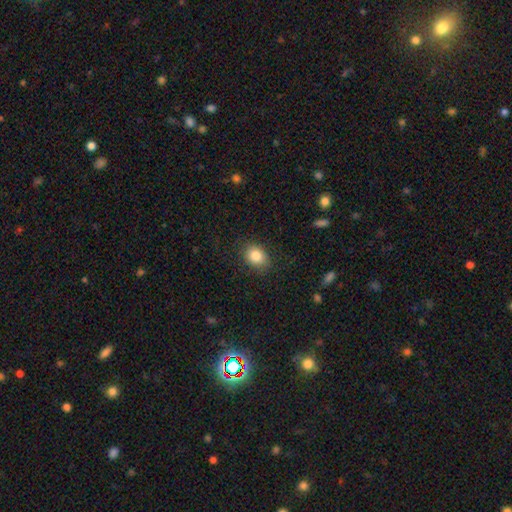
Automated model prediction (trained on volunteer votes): Q: Smooth or featured?
A: smooth (85%); runner-up: star or artifact (8%)
Q: How rounded?
A: in between (62%); runner-up: round (37%)
Q: Merging?
A: none (82%); runner-up: minor disturbance (13%)